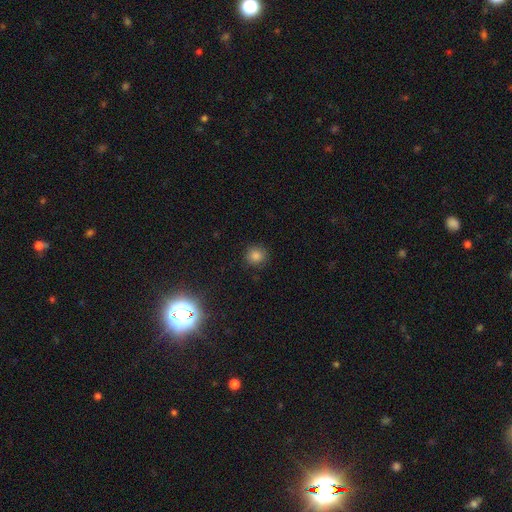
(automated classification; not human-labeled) Overall: smooth (82%). How rounded: round (91%). Merging: none (86%).